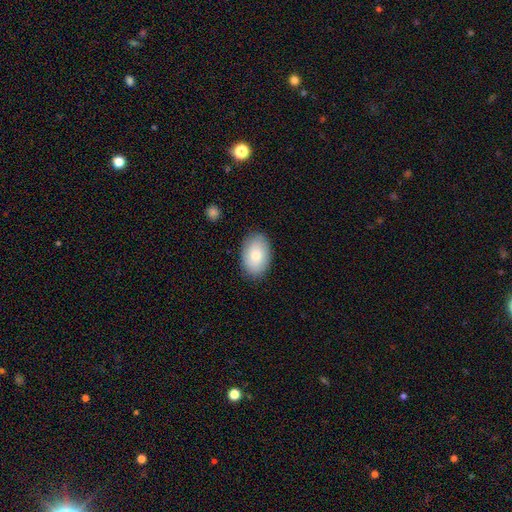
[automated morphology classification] smooth 77%, featured or disk 16%, star or artifact 7%. Down the decision tree: how rounded — in between (89%); merging — none (86%).